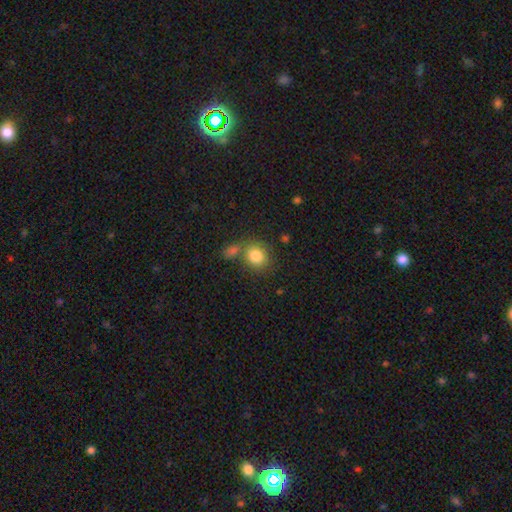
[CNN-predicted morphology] A smooth galaxy with no disk features (83%) that is round (71%). Merging: none (61%).